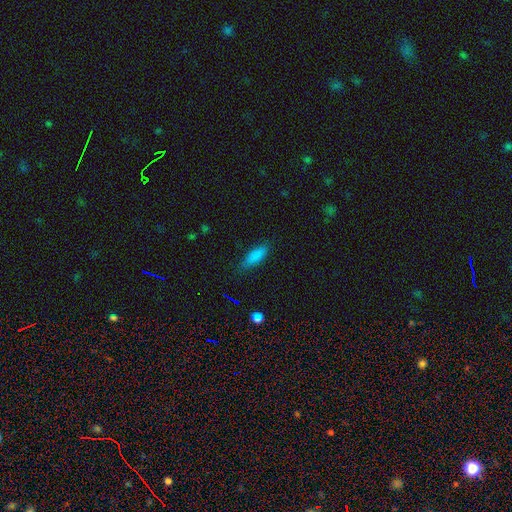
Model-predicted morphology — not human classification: Smooth or featured: smooth — 83% (star or artifact — 9%)
How rounded: in between — 56% (cigar-shaped — 42%)
Merging: none — 80% (minor disturbance — 16%)